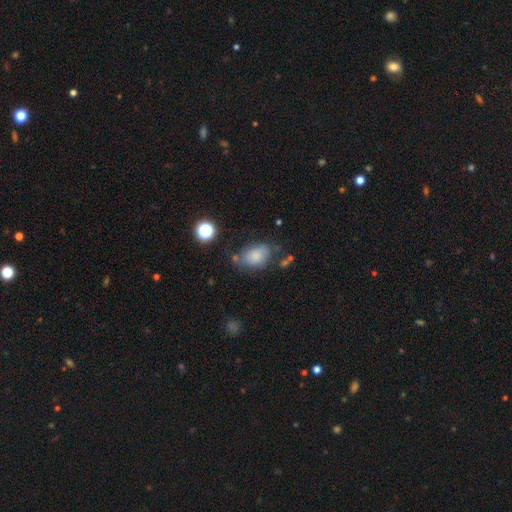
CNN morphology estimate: Smooth or featured?
  - smooth: 79% *
  - featured or disk: 11%
  - star or artifact: 10%
How rounded?
  - in between: 84% *
  - round: 14%
  - cigar-shaped: 1%
Merging?
  - none: 56% *
  - minor disturbance: 26%
  - major disturbance: 10%
  - merger: 8%